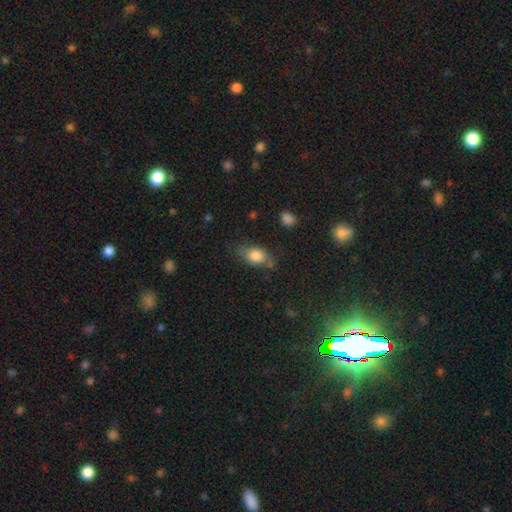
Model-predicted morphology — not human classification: A smooth galaxy with no disk features (78%) that is in between round and cigar-shaped (79%).

Vote fractions:
- Smooth or featured? smooth: 78% / featured or disk: 13% / star or artifact: 8%
- How rounded? in between: 79% / round: 17% / cigar-shaped: 4%
- Merging? none: 62% / minor disturbance: 26% / major disturbance: 9% / merger: 4%